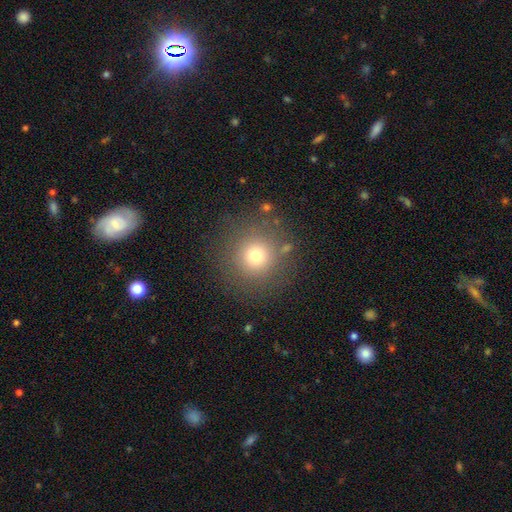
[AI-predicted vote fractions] Smooth or featured? smooth (73%)
How rounded? round (95%)
Merging? none (84%)